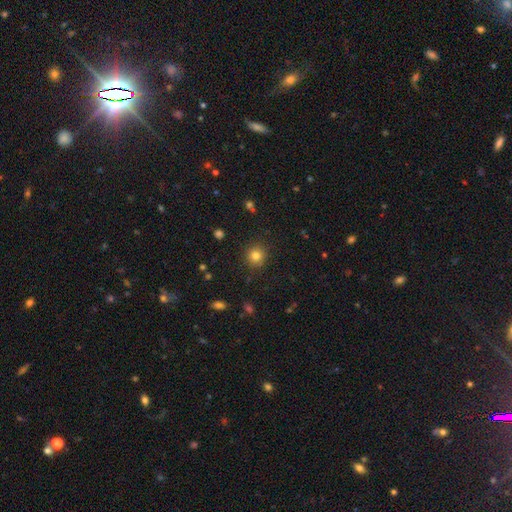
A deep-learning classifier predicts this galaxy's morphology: Q: Smooth or featured?
A: smooth (80%); runner-up: star or artifact (14%)
Q: How rounded?
A: round (92%); runner-up: in between (7%)
Q: Merging?
A: none (90%); runner-up: minor disturbance (7%)